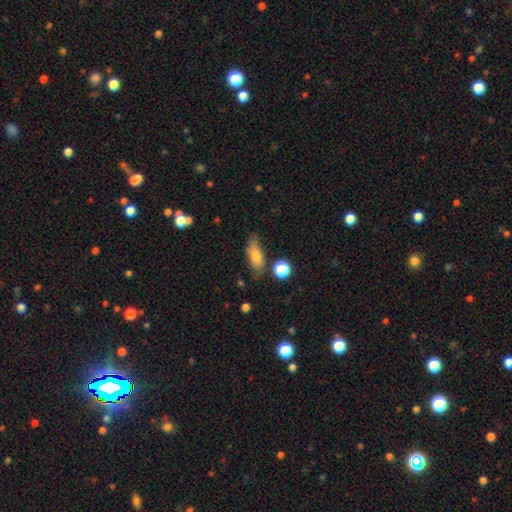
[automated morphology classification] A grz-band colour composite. It shows a smooth galaxy with no disk features (73%) that is in between round and cigar-shaped (72%). Merging: none (69%).